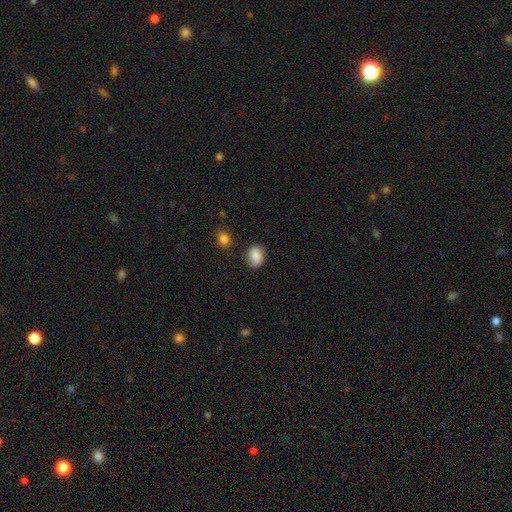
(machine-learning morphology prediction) Smooth or featured? smooth (86%)
How rounded? in between (61%)
Merging? none (78%)